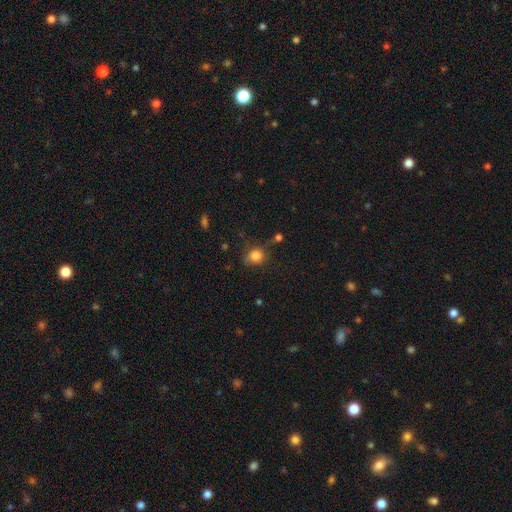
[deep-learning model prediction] Smooth or featured? smooth (81%)
How rounded? round (70%)
Merging? none (65%)